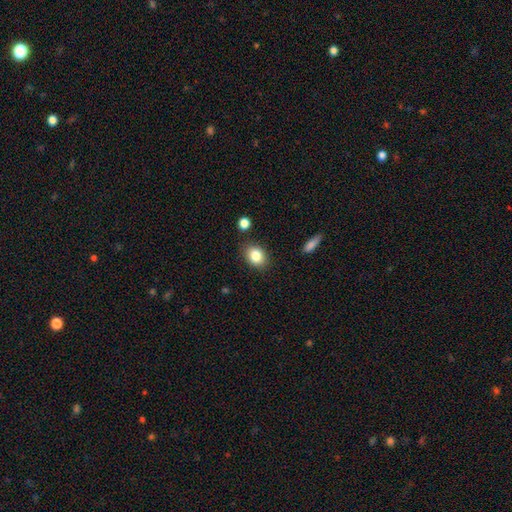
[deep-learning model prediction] Morphology: type=smooth (84%); roundness=in between (63%); merging=none (84%).